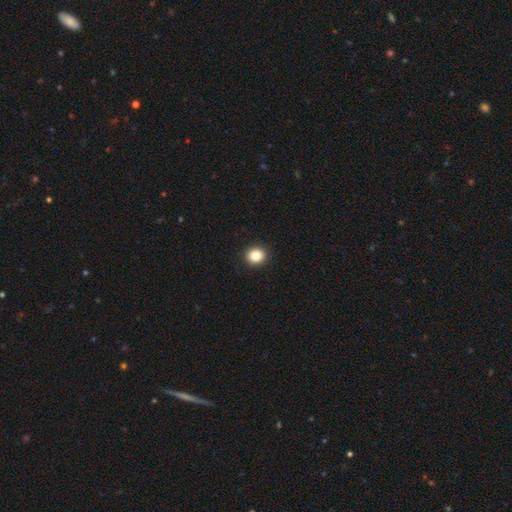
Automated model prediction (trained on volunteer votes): This appears to be a smooth galaxy with no disk features (87%) that is round (87%). Merging: none (93%).